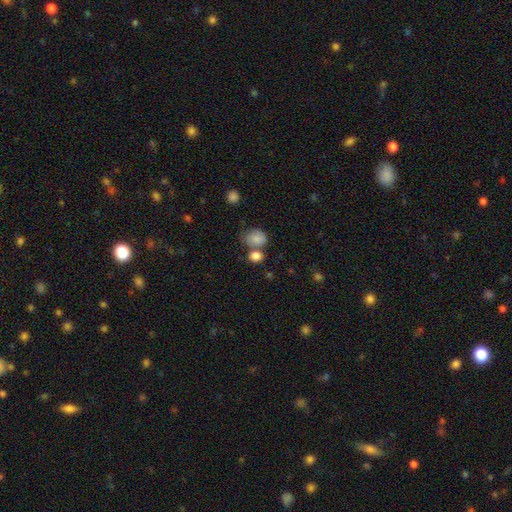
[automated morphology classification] This is clearly a smooth galaxy (82%). How rounded: possibly round (57%). Merging: possibly none (47%).